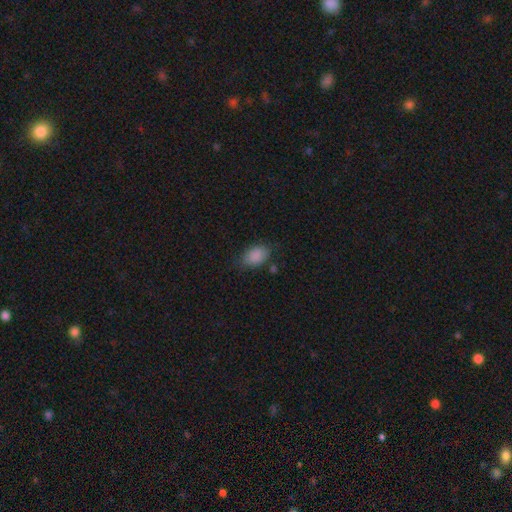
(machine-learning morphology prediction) Smooth or featured? smooth (87%)
How rounded? in between (87%)
Merging? none (74%)